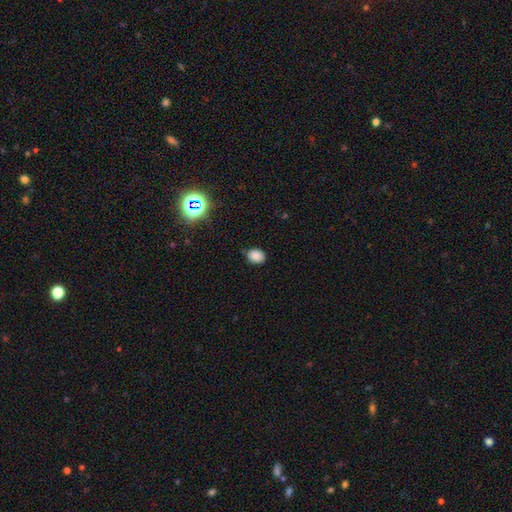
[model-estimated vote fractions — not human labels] This is clearly a smooth galaxy (84%). How rounded: possibly in between (51%). Merging: likely none (76%).